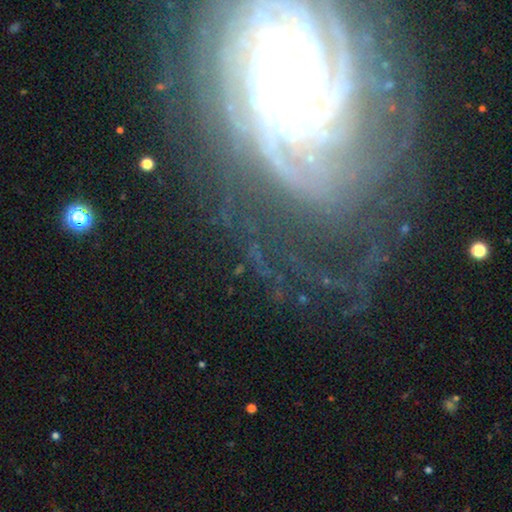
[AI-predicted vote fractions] featured or disk 79%, star or artifact 14%, smooth 8%. Down the decision tree: edge-on disk — no (94%); bar — no (67%); spiral arms — yes (92%); spiral arm count — can't tell (32%); spiral winding — tight (69%); bulge size — small (67%); merging — none (63%).